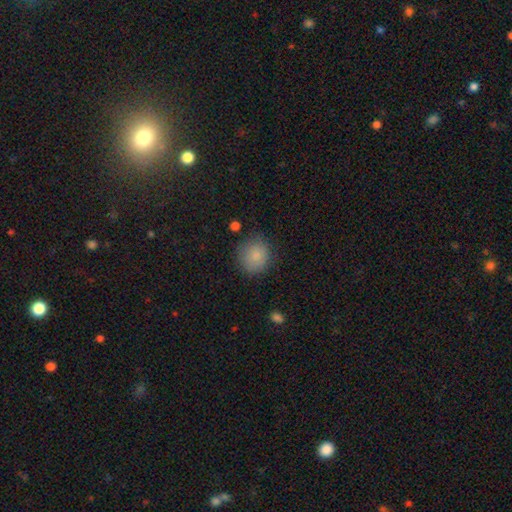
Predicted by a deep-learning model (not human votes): A smooth galaxy with no disk features (85%) that is round (87%). Merging: none (79%).